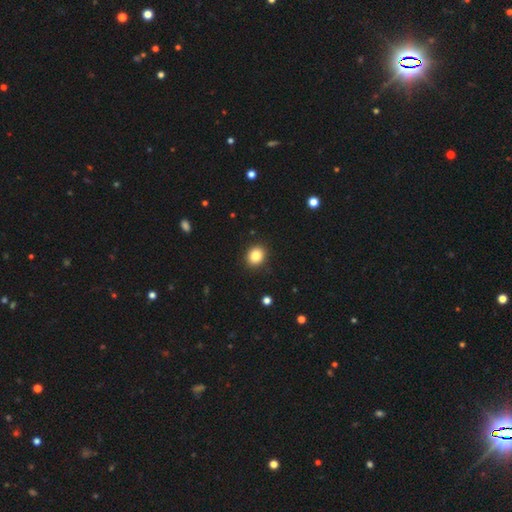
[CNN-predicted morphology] A smooth galaxy with no disk features (84%) that is round (70%).

Vote fractions:
- Smooth or featured? smooth: 84% / star or artifact: 10% / featured or disk: 6%
- How rounded? round: 70% / in between: 29% / cigar-shaped: 1%
- Merging? none: 90% / minor disturbance: 7% / major disturbance: 2% / merger: 1%